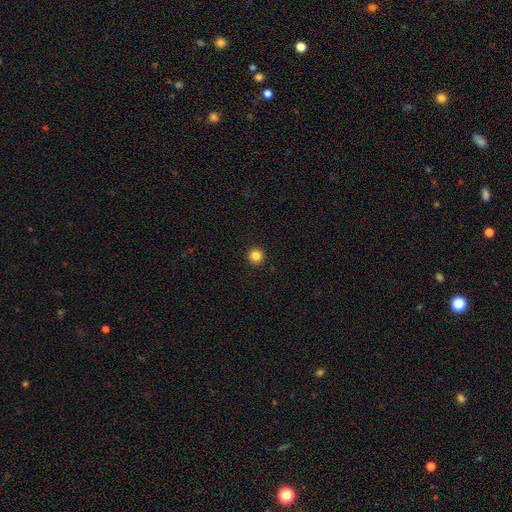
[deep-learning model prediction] smooth-or-featured: smooth: 84% | star or artifact: 12% | featured or disk: 4%
  how-rounded: round: 96% | in between: 3% | cigar-shaped: 1%
  merging: none: 94% | minor disturbance: 3% | major disturbance: 1% | merger: 1%